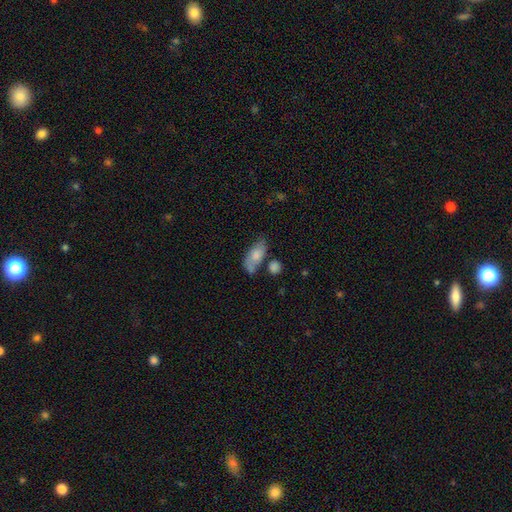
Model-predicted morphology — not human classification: Smooth or featured: smooth — 69% (featured or disk — 24%)
How rounded: in between — 85% (cigar-shaped — 10%)
Merging: none — 48% (minor disturbance — 26%)